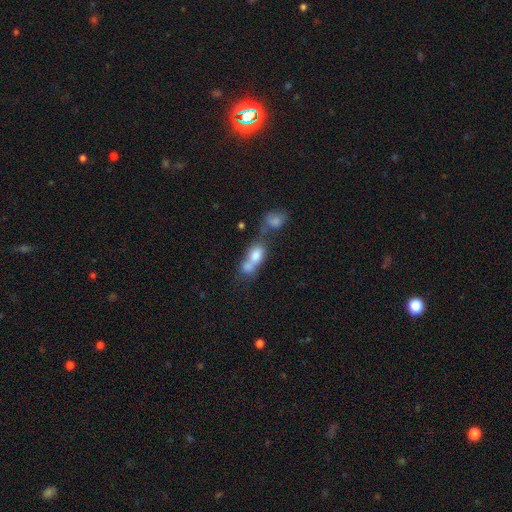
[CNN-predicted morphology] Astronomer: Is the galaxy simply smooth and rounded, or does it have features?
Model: smooth — 71%.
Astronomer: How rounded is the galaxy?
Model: in between — 63%.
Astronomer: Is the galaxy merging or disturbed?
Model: merger — 66%.